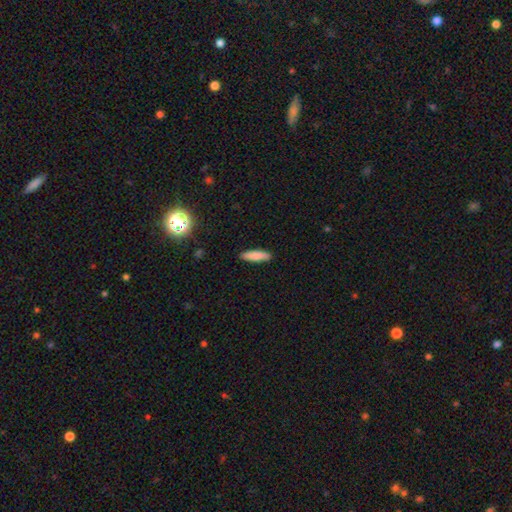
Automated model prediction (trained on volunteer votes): Smooth or featured: smooth — 83% (featured or disk — 10%)
How rounded: cigar-shaped — 69% (in between — 30%)
Merging: none — 89% (minor disturbance — 8%)